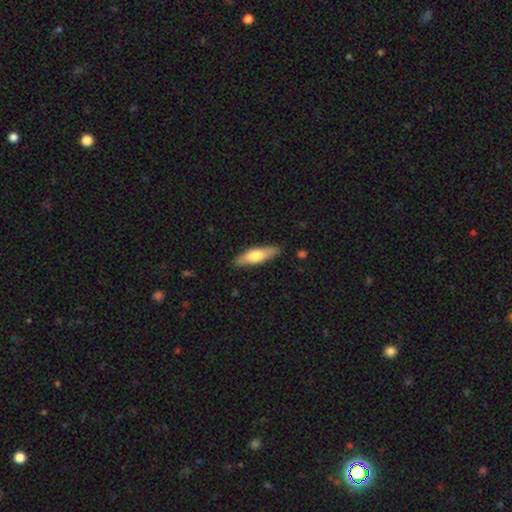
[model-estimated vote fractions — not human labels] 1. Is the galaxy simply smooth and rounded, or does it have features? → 60% smooth, 35% featured or disk, 5% star or artifact.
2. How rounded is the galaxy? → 57% cigar-shaped, 41% in between, 2% round.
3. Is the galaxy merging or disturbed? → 88% none, 9% minor disturbance, 2% major disturbance, 1% merger.